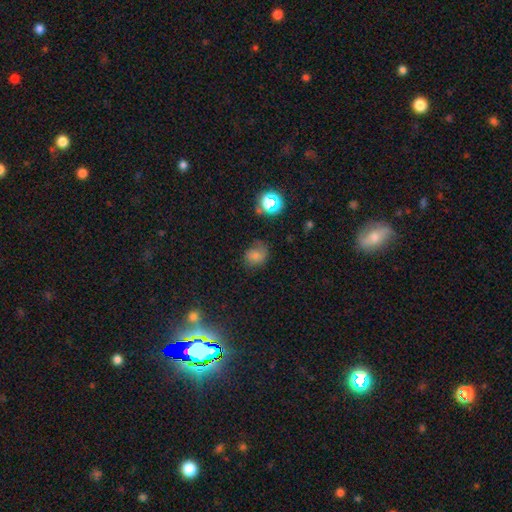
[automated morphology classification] Q: Smooth or featured?
A: smooth (66%); runner-up: star or artifact (20%)
Q: How rounded?
A: round (62%); runner-up: in between (37%)
Q: Merging?
A: none (59%); runner-up: minor disturbance (27%)